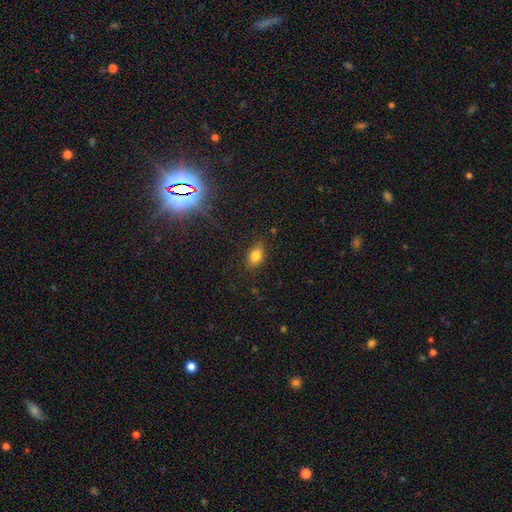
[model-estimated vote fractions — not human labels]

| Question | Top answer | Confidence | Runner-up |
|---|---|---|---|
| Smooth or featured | smooth | 81% | star or artifact (11%) |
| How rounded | in between | 81% | round (17%) |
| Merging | none | 81% | minor disturbance (14%) |